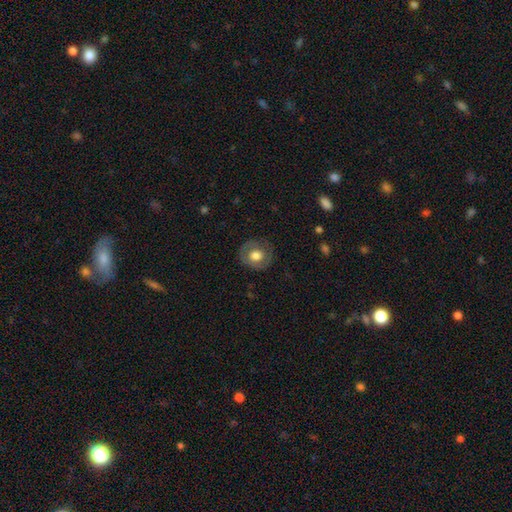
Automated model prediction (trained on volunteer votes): Overall: smooth (57%; featured or disk 36%). How rounded: round (82%). Merging: none (81%).